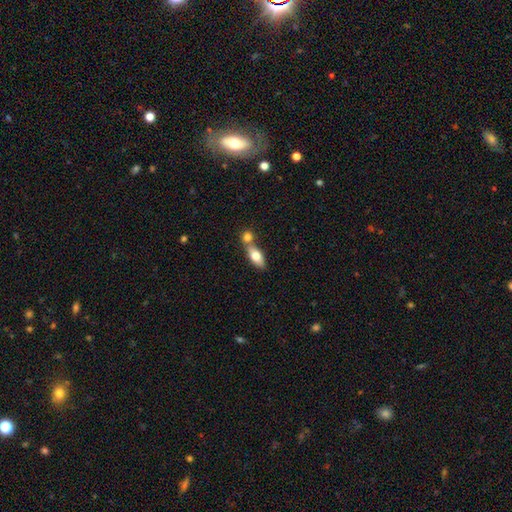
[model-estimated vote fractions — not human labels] smooth 71%, featured or disk 23%, star or artifact 7%. Down the decision tree: how rounded — in between (78%); merging — merger (48%).